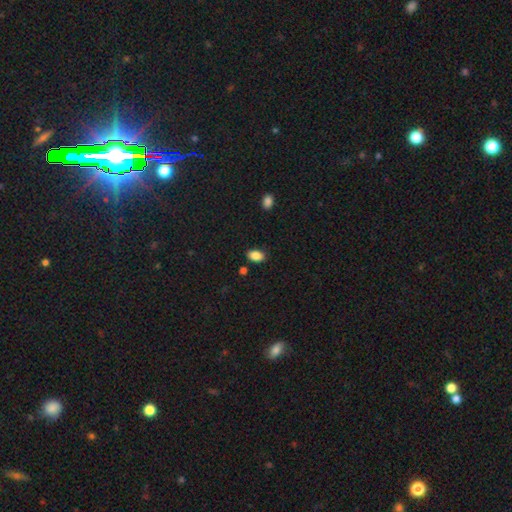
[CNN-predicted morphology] type=smooth (88%); roundness=in between (89%); merging=none (85%).